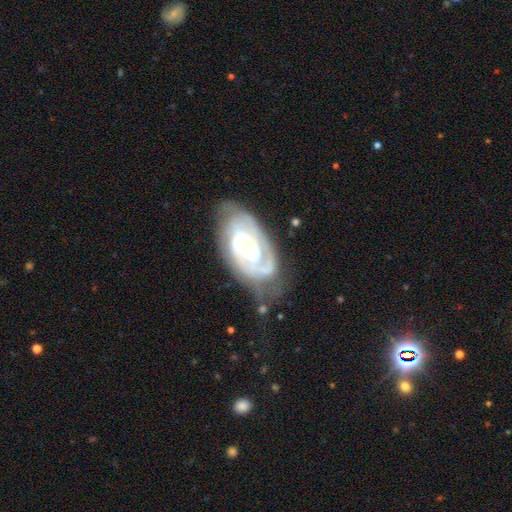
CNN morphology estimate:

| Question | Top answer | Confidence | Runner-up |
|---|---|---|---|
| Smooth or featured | featured or disk | 83% | smooth (11%) |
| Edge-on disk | no | 96% | yes (4%) |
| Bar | no | 72% | weak (22%) |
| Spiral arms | yes | 87% | no (13%) |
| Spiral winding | tight | 66% | medium (26%) |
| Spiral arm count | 2 | 38% | can't tell (35%) |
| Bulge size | moderate | 47% | small (46%) |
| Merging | none | 51% | minor disturbance (27%) |